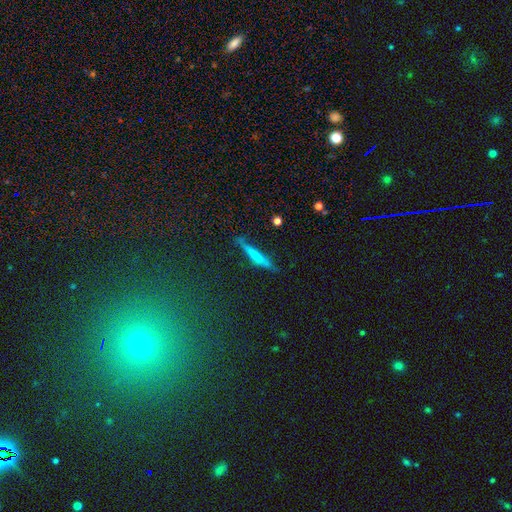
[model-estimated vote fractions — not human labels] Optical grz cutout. It shows a featured or disk galaxy (51%) viewed edge-on (92%). Merging: none (78%).